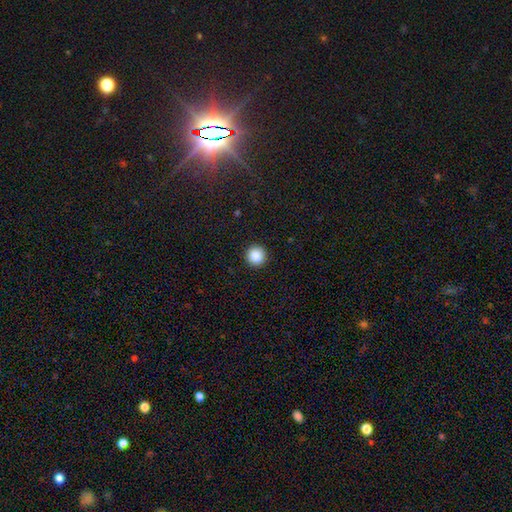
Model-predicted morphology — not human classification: Overall: smooth (88%). How rounded: round (96%). Merging: none (93%).